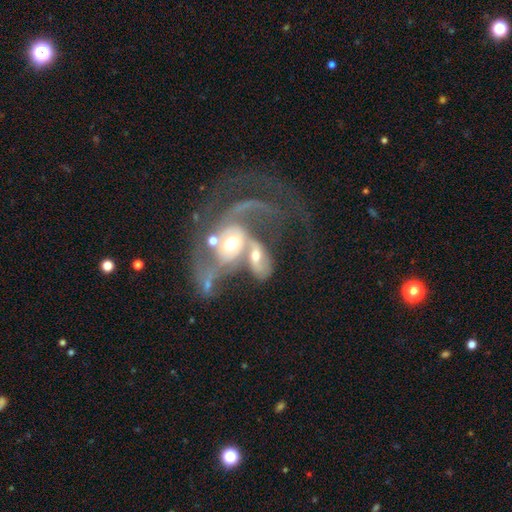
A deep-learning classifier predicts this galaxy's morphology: type=featured or disk (69%); edge-on=no (95%); bar=no (62%); spiral arms=yes (79%); winding=loose (53%); arm count=2 (48%); bulge=moderate (63%); merging=merger (72%).